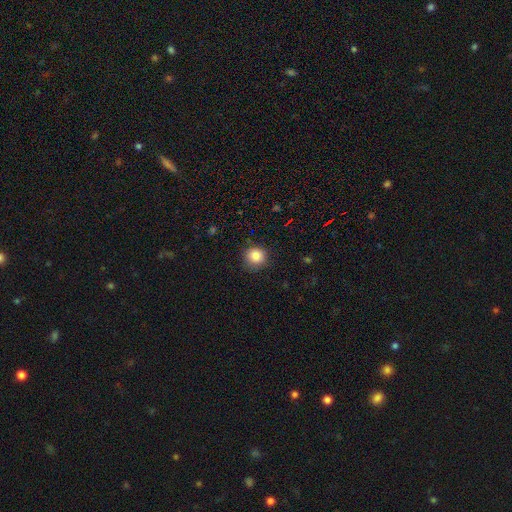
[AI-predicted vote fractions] Smooth or featured? Predicted: smooth (p=0.86). How rounded? Predicted: round (p=0.89). Merging? Predicted: none (p=0.84).